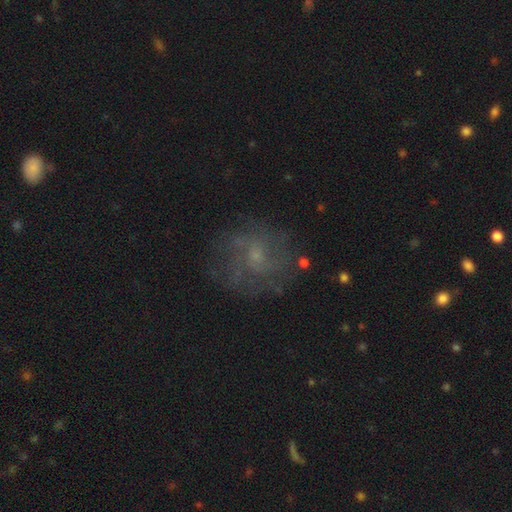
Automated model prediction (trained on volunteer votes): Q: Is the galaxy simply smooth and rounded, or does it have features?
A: featured or disk — 57%.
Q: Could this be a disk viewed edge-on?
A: no — 97%.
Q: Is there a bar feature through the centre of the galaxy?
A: no — 69%.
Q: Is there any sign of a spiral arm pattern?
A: yes — 70%.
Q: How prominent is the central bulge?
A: small — 59%.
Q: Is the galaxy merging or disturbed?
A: none — 72%.